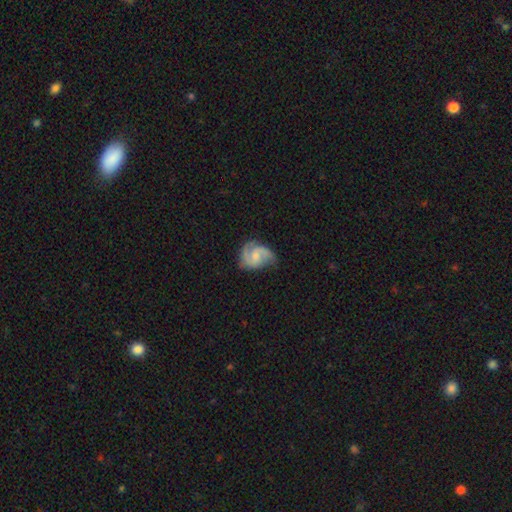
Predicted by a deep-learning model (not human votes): Overall: featured or disk (81%). Edge-on disk: no (98%). Bar: no (52%; weak 42%). Spiral arms: yes (96%). Spiral arm count: 2 (83%). Spiral winding: medium (52%; tight 28%). Bulge size: small (50%; moderate 33%). Merging: none (62%; minor disturbance 26%).